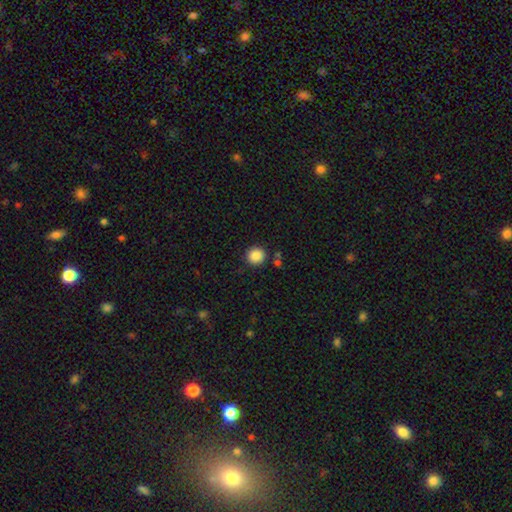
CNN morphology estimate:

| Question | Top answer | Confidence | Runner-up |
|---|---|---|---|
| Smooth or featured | smooth | 87% | star or artifact (9%) |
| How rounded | round | 92% | in between (7%) |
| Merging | none | 87% | minor disturbance (7%) |